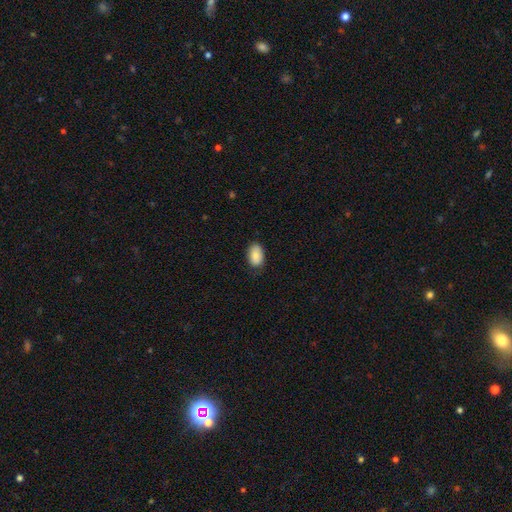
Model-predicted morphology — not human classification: smooth_or_featured: smooth (p=0.87) [alt: star or artifact p=0.07]
how_rounded: in between (p=0.91) [alt: round p=0.08]
merging: none (p=0.77) [alt: minor disturbance p=0.19]